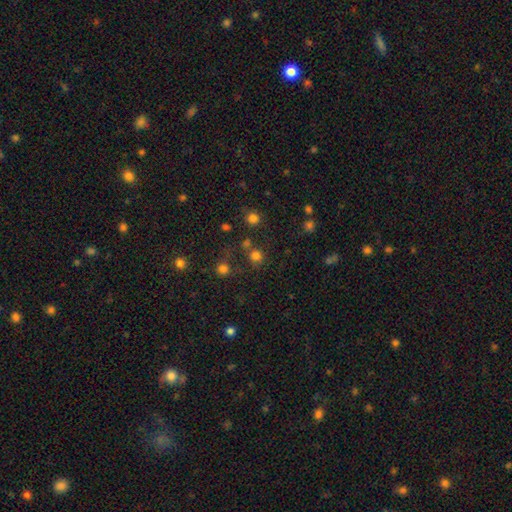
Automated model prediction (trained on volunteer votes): Smooth or featured? smooth (75%)
How rounded? round (91%)
Merging? none (70%)